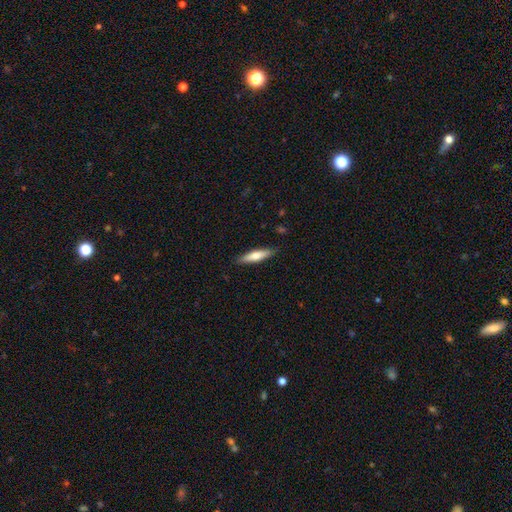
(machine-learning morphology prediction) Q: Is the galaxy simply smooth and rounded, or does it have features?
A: smooth — 62%.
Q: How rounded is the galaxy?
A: cigar-shaped — 79%.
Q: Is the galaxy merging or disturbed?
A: none — 88%.